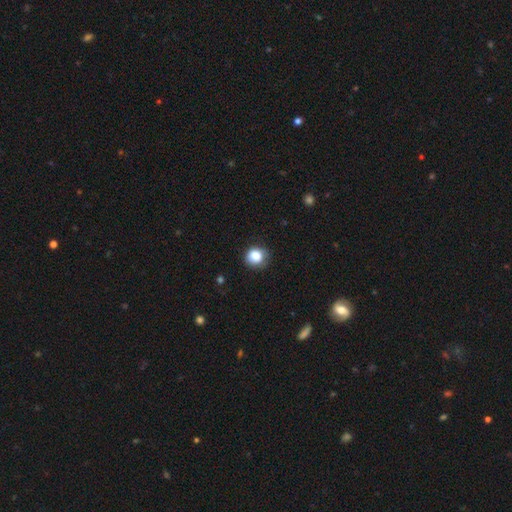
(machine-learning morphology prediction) smooth-or-featured: smooth: 84% | star or artifact: 10% | featured or disk: 6%
  how-rounded: round: 83% | in between: 16% | cigar-shaped: 1%
  merging: none: 76% | minor disturbance: 19% | major disturbance: 4% | merger: 1%